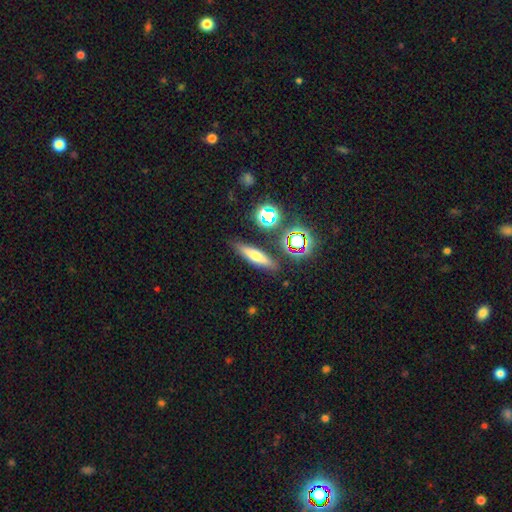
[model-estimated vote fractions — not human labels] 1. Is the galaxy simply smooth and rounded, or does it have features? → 58% smooth, 26% featured or disk, 16% star or artifact.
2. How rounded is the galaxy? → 67% cigar-shaped, 27% in between, 6% round.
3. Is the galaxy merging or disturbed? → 83% none, 10% minor disturbance, 4% merger, 3% major disturbance.